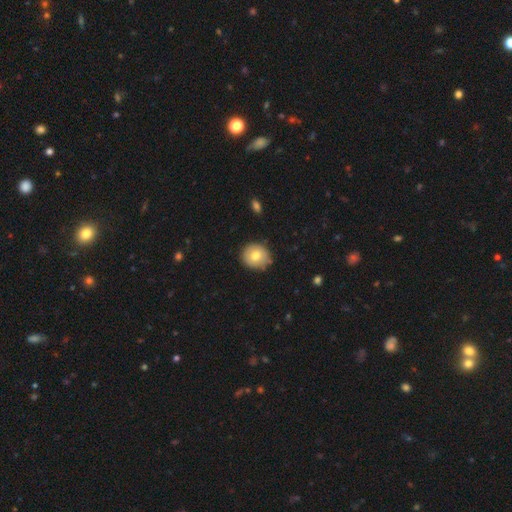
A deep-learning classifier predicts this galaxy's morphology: Q: Smooth or featured?
A: smooth (75%); runner-up: featured or disk (16%)
Q: How rounded?
A: round (80%); runner-up: in between (19%)
Q: Merging?
A: none (82%); runner-up: minor disturbance (14%)